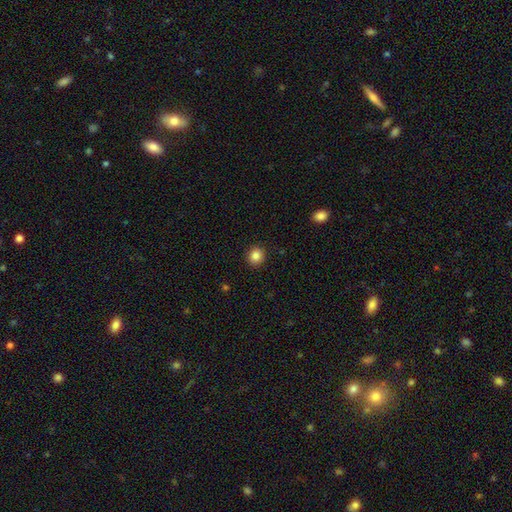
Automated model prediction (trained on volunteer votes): Smooth or featured? smooth (85%)
How rounded? round (89%)
Merging? none (92%)